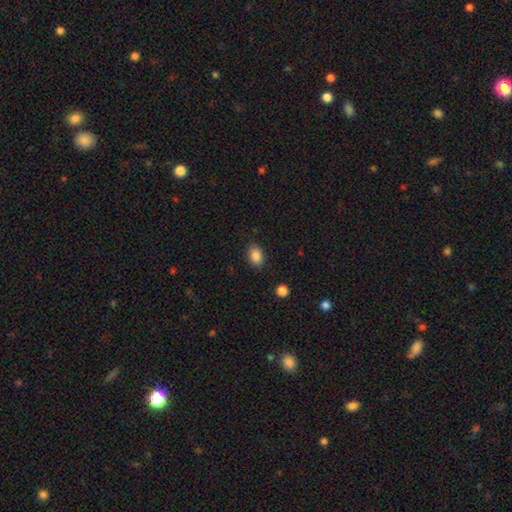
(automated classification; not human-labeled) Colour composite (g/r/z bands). It shows a smooth galaxy with no disk features (87%) that is in between round and cigar-shaped (79%). Merging: none (86%).